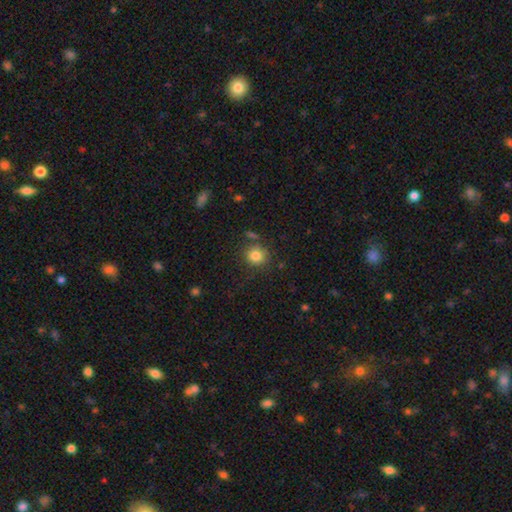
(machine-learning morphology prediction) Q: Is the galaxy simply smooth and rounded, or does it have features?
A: smooth — 82%.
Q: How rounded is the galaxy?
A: round — 87%.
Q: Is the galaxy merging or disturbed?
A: none — 77%.